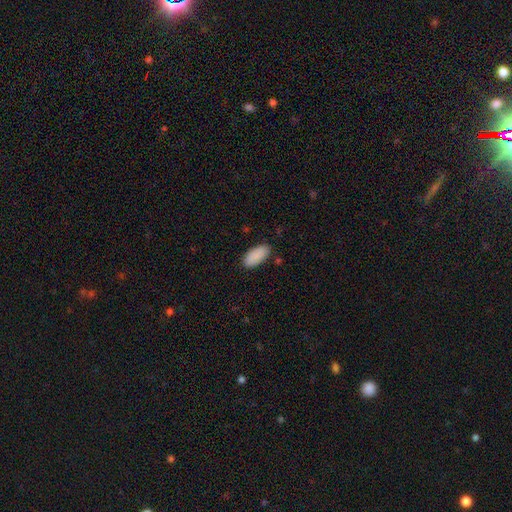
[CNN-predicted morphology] smooth_or_featured: smooth (p=0.90) [alt: star or artifact p=0.06]
how_rounded: in between (p=0.90) [alt: cigar-shaped p=0.08]
merging: none (p=0.85) [alt: minor disturbance p=0.11]